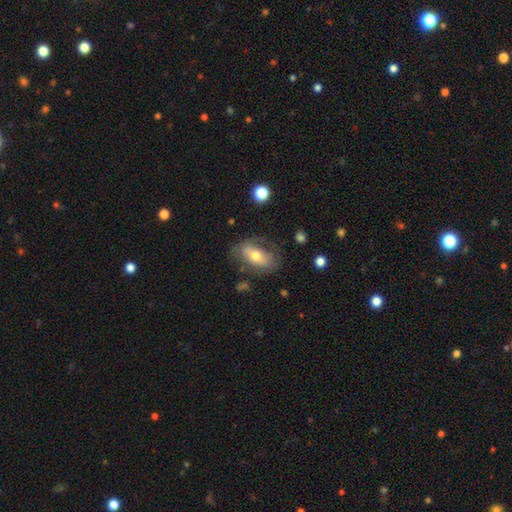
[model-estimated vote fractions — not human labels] Morphology: type=smooth (50%); merging=none (64%).